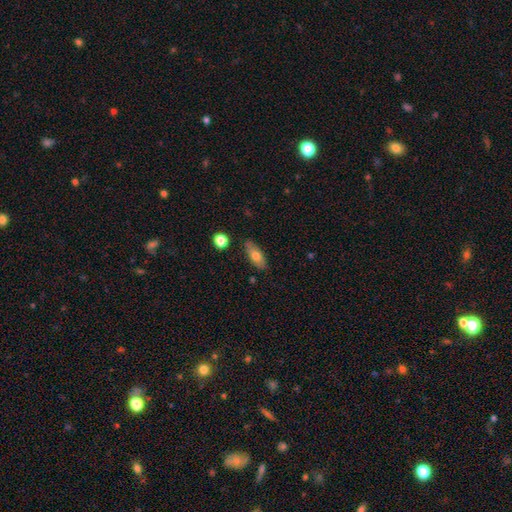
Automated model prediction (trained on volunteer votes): smooth 69%, featured or disk 24%, star or artifact 7%. Down the decision tree: how rounded — in between (76%); merging — none (83%).